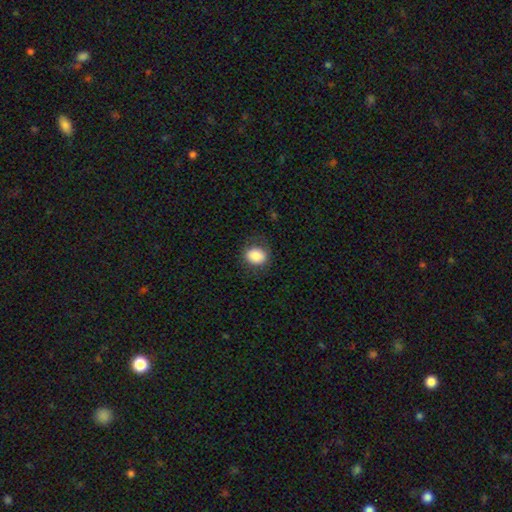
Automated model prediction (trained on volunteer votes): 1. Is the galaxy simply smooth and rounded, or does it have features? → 85% smooth, 8% star or artifact, 7% featured or disk.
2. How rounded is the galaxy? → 59% round, 40% in between, 1% cigar-shaped.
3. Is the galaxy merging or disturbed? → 78% none, 15% minor disturbance, 6% major disturbance, 1% merger.